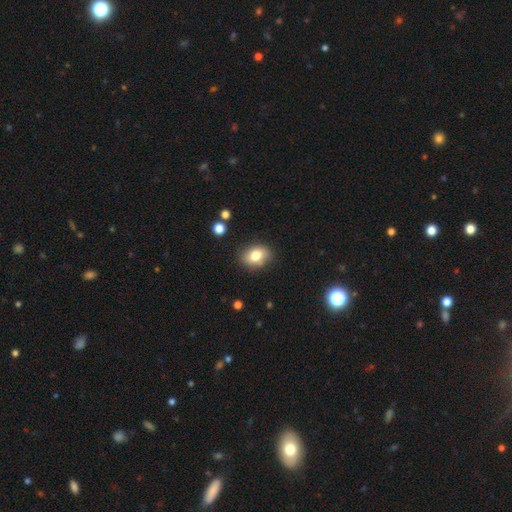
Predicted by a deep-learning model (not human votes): smooth-or-featured: smooth: 79% | featured or disk: 11% | star or artifact: 9%
  how-rounded: in between: 68% | round: 31% | cigar-shaped: 1%
  merging: none: 83% | minor disturbance: 12% | major disturbance: 3% | merger: 2%